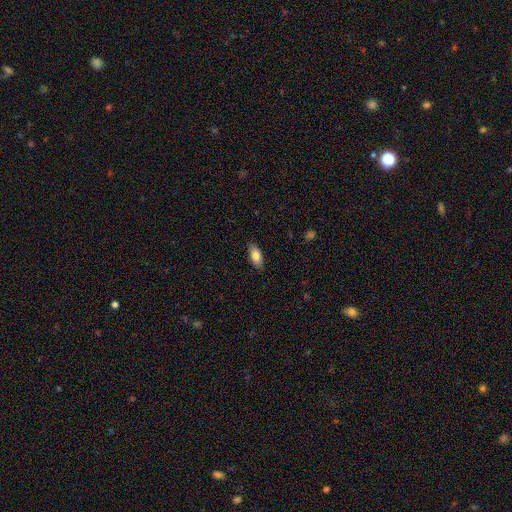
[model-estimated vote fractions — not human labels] Overall: smooth (80%). How rounded: in between (88%). Merging: none (88%).